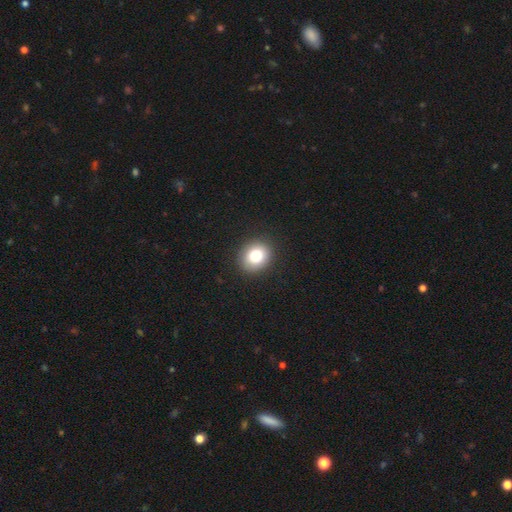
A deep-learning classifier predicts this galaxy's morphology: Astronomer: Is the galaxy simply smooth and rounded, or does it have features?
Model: smooth — 80%.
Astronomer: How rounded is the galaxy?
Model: round — 66%.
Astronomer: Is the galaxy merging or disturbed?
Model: none — 91%.